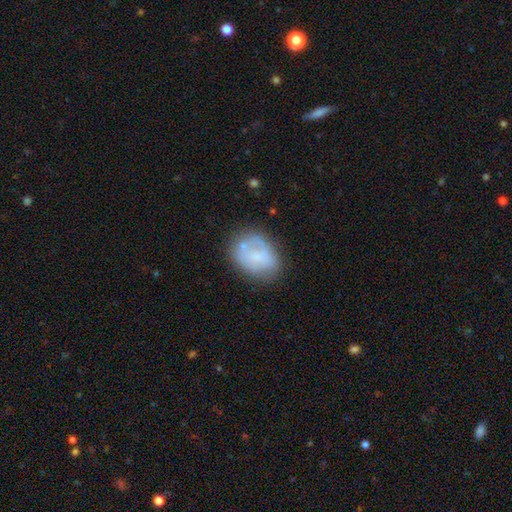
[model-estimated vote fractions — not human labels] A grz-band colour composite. It shows a smooth galaxy with no disk features (60%) that is in between round and cigar-shaped (66%). Merging: none (55%).